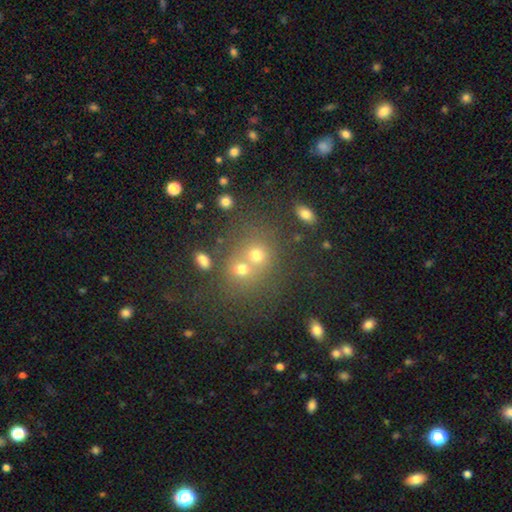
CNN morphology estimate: smooth-or-featured: smooth: 61% | star or artifact: 22% | featured or disk: 17%
  how-rounded: round: 74% | in between: 25% | cigar-shaped: 1%
  merging: merger: 48% | none: 41% | minor disturbance: 8% | major disturbance: 4%